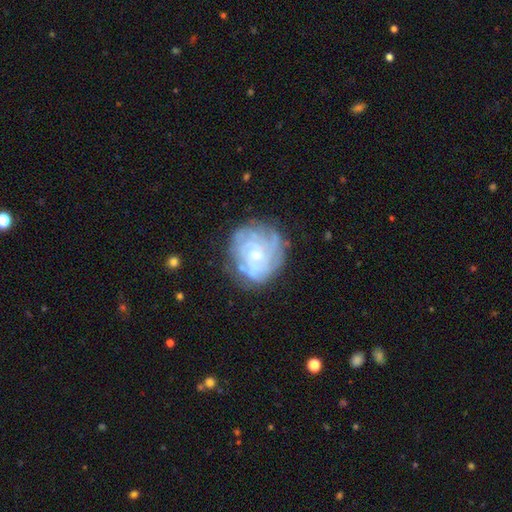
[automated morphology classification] type=featured or disk (74%); edge-on=no (98%); bar=no (71%); spiral arms=yes (86%); winding=tight (67%); arm count=can't tell (48%); bulge=small (63%); merging=none (71%).